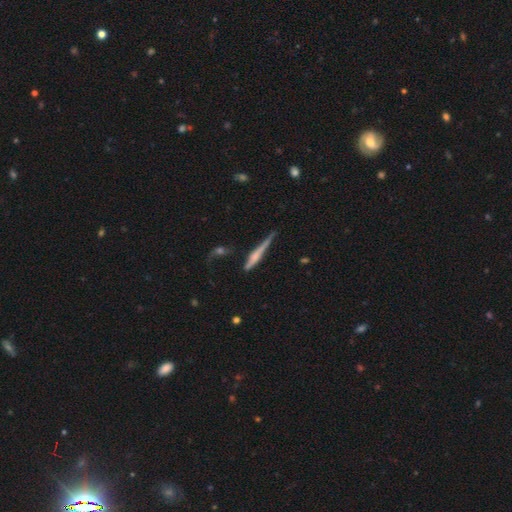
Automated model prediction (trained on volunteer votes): Smooth or featured?
  - featured or disk: 51% *
  - smooth: 42%
  - star or artifact: 7%
Edge-on disk?
  - yes: 94% *
  - no: 6%
Merging?
  - none: 55% *
  - minor disturbance: 26%
  - major disturbance: 11%
  - merger: 8%